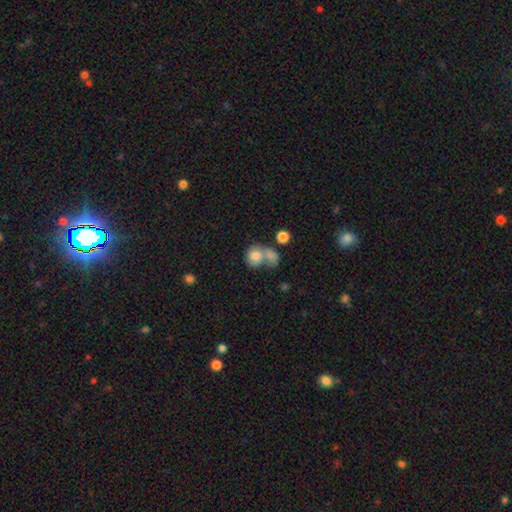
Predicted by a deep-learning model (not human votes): smooth 72%, featured or disk 19%, star or artifact 9%. Down the decision tree: how rounded — round (65%); merging — merger (57%).